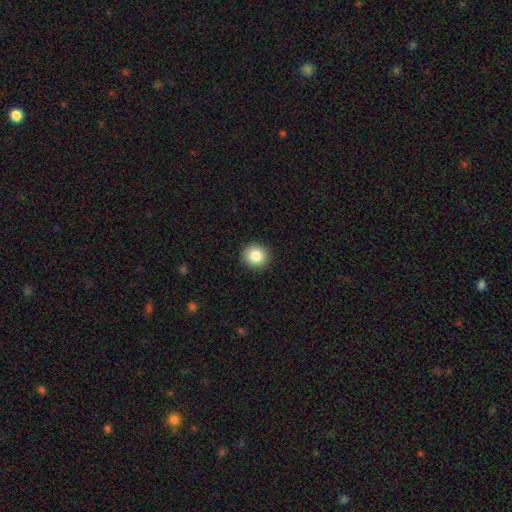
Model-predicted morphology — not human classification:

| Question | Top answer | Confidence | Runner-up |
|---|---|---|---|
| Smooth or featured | smooth | 85% | star or artifact (9%) |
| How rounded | round | 92% | in between (7%) |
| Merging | none | 92% | minor disturbance (5%) |